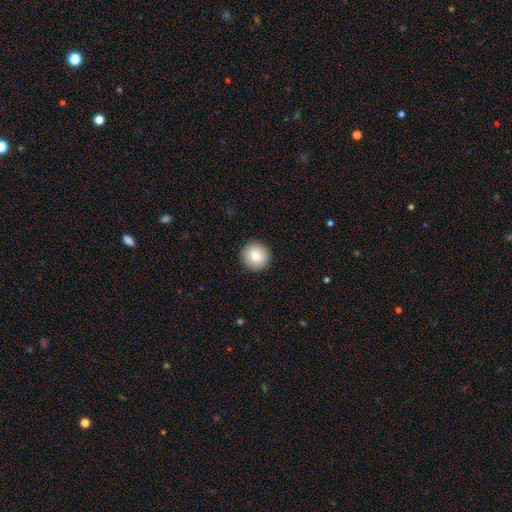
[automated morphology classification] This appears to be a smooth galaxy with no disk features (86%) that is round (94%). Merging: none (92%).